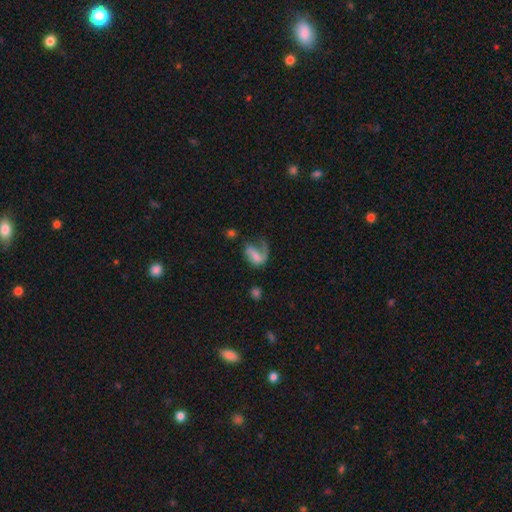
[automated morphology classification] Smooth or featured: featured or disk — 47% (smooth — 42%)
Merging: major disturbance — 49% (none — 27%)